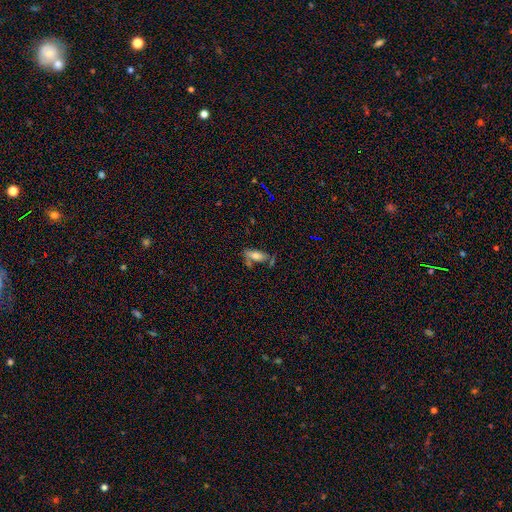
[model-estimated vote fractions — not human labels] This appears to be a smooth galaxy with no disk features (69%) that is in between round and cigar-shaped (72%). Merging: none (50%).